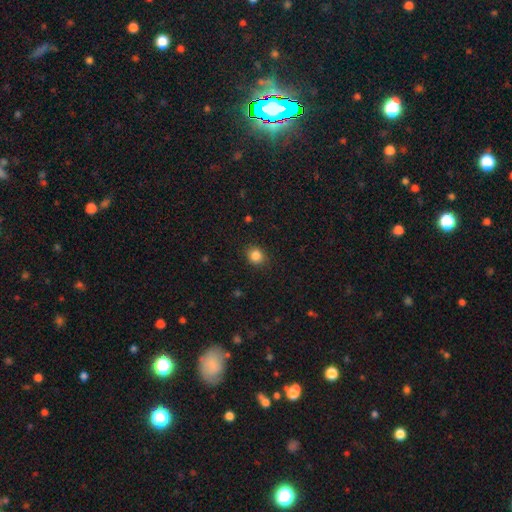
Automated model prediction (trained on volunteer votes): smooth_or_featured: smooth (p=0.85) [alt: star or artifact p=0.11]
how_rounded: round (p=0.75) [alt: in between p=0.24]
merging: none (p=0.88) [alt: minor disturbance p=0.09]